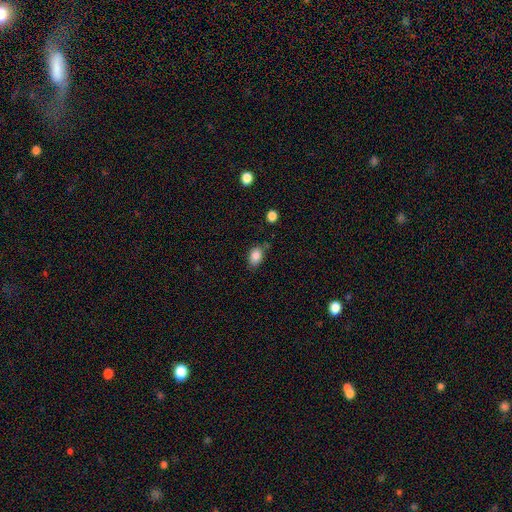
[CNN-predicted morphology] A smooth galaxy with no disk features (86%) that is in between round and cigar-shaped (82%). Merging: none (69%).